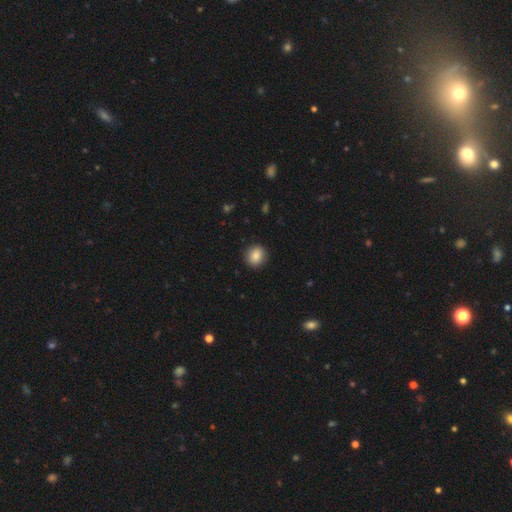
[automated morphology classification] smooth 86%, star or artifact 9%, featured or disk 5%. Down the decision tree: how rounded — round (78%); merging — none (91%).